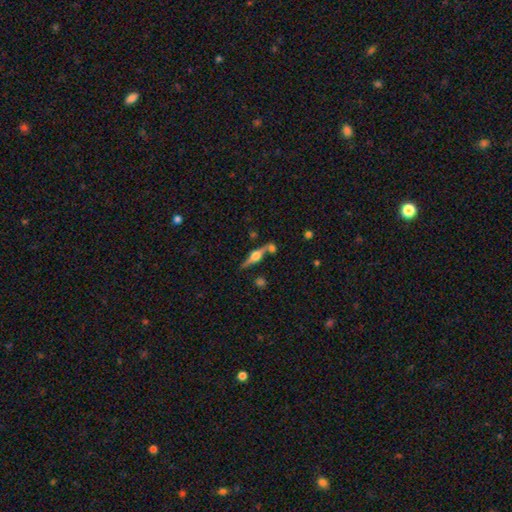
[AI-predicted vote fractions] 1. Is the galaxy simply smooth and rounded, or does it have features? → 80% featured or disk, 13% smooth, 6% star or artifact.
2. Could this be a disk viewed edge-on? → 97% yes, 3% no.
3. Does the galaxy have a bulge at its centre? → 95% rounded, 4% boxy, 1% none.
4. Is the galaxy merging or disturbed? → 71% none, 15% merger, 10% minor disturbance, 3% major disturbance.